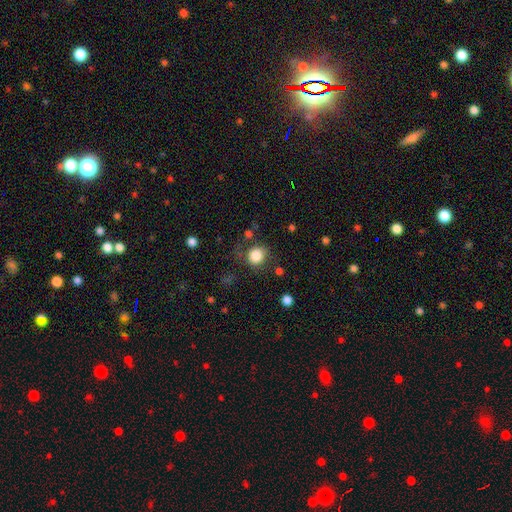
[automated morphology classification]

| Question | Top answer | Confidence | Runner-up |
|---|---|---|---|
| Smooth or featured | smooth | 84% | star or artifact (10%) |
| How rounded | round | 84% | in between (16%) |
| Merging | none | 74% | minor disturbance (15%) |